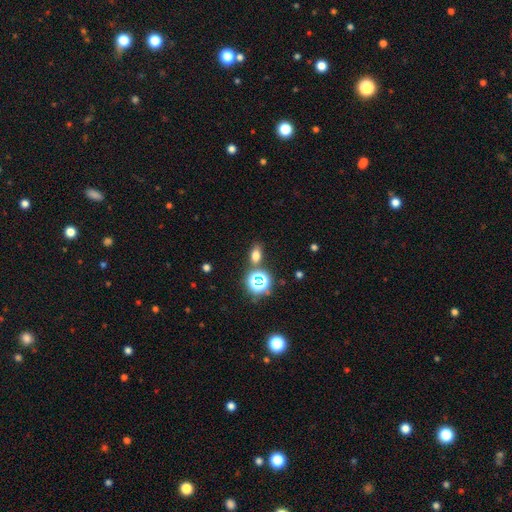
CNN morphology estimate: A smooth galaxy with no disk features (65%) that is in between round and cigar-shaped (76%).

Vote fractions:
- Smooth or featured? smooth: 65% / star or artifact: 26% / featured or disk: 8%
- How rounded? in between: 76% / round: 21% / cigar-shaped: 3%
- Merging? none: 76% / minor disturbance: 11% / merger: 9% / major disturbance: 4%